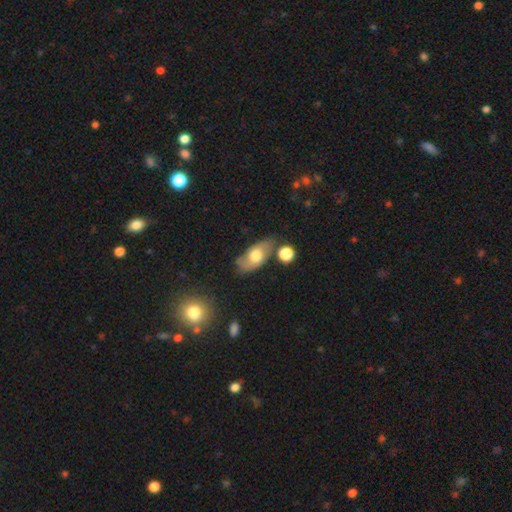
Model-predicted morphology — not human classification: A smooth galaxy with no disk features (60%) that is in between round and cigar-shaped (87%). Merging: none (65%).